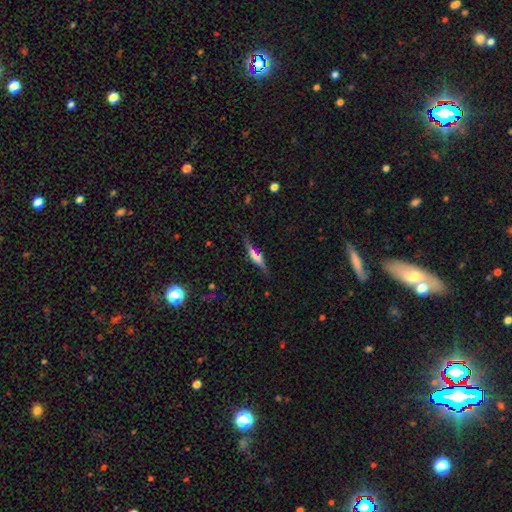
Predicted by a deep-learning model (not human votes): smooth_or_featured: featured or disk (p=0.53) [alt: smooth p=0.38]
disk_edge_on: yes (p=0.91) [alt: no p=0.09]
merging: none (p=0.74) [alt: minor disturbance p=0.18]